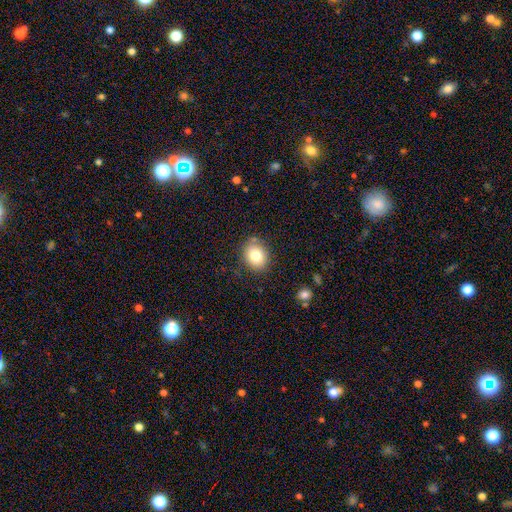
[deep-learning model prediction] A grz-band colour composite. It shows a smooth galaxy with no disk features (80%) that is round (58%). Merging: none (80%).